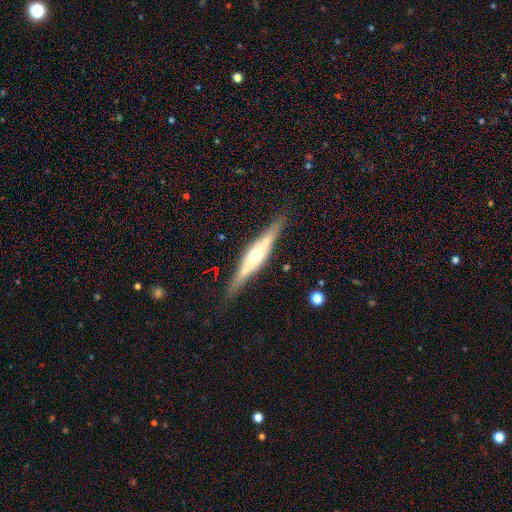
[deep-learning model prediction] This is likely a featured or disk galaxy (73%). It is clearly viewed edge-on (96%). Edge-on bulge: likely rounded (73%). Merging: clearly none (87%).